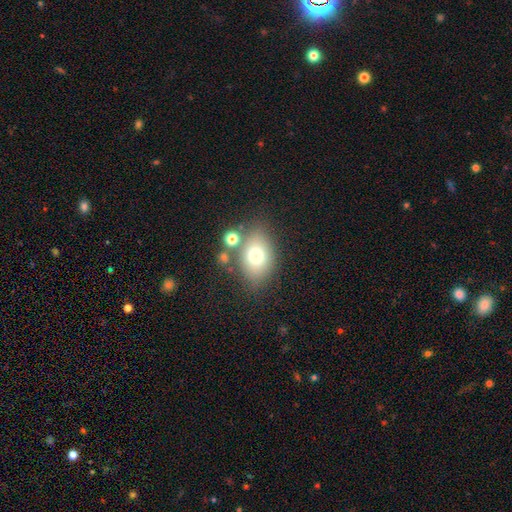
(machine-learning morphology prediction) Smooth or featured? Predicted: smooth (p=0.73). How rounded? Predicted: in between (p=0.74). Merging? Predicted: none (p=0.67).